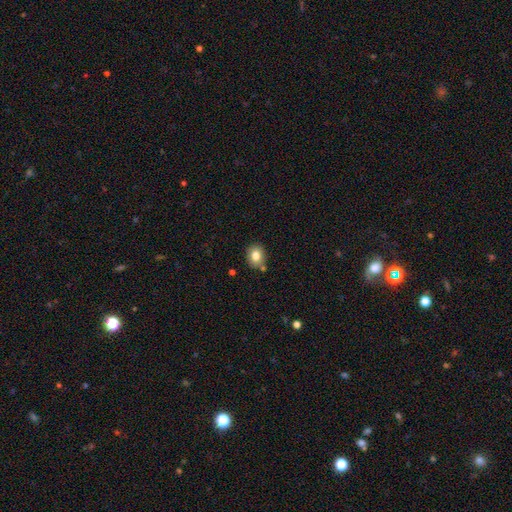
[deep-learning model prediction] Smooth or featured: smooth — 80% (featured or disk — 10%)
How rounded: round — 60% (in between — 40%)
Merging: none — 78% (minor disturbance — 13%)